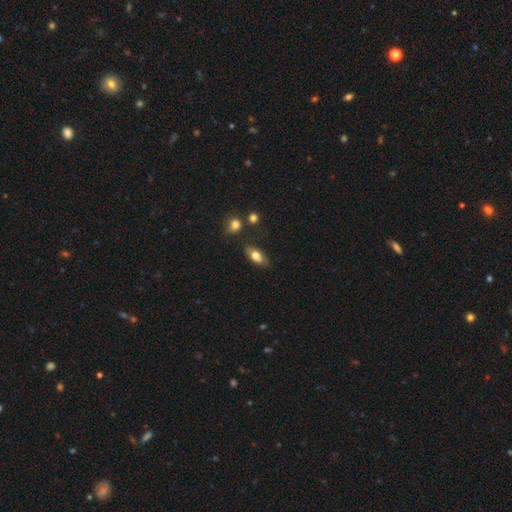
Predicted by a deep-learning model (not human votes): The model was most divided on "smooth or featured": smooth: 70%, featured or disk: 23%, star or artifact: 8%. More confident: how rounded — in between (85%); merging — none (69%).